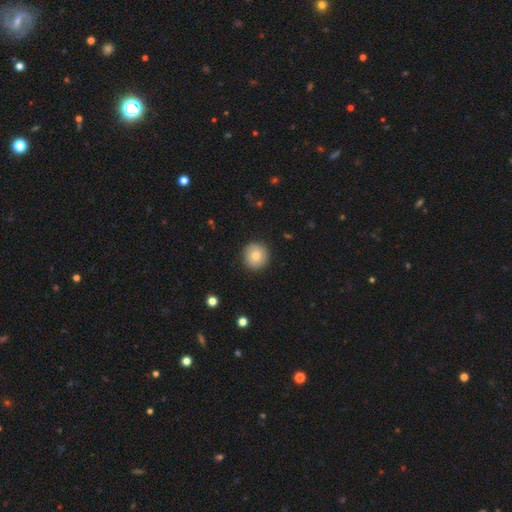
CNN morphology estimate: Smooth or featured? smooth (80%)
How rounded? round (94%)
Merging? none (91%)